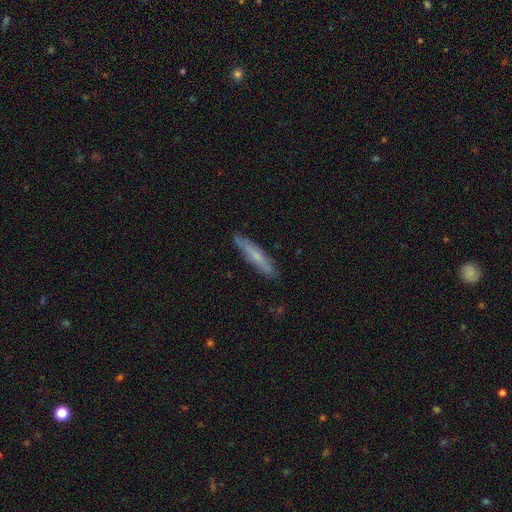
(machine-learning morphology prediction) Q: Smooth or featured?
A: smooth (53%); runner-up: featured or disk (40%)
Q: How rounded?
A: cigar-shaped (88%); runner-up: in between (10%)
Q: Merging?
A: none (84%); runner-up: minor disturbance (12%)